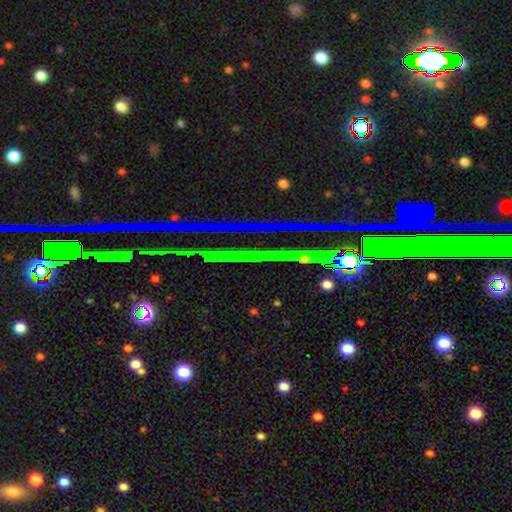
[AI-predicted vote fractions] Morphology: type=star or artifact (77%).